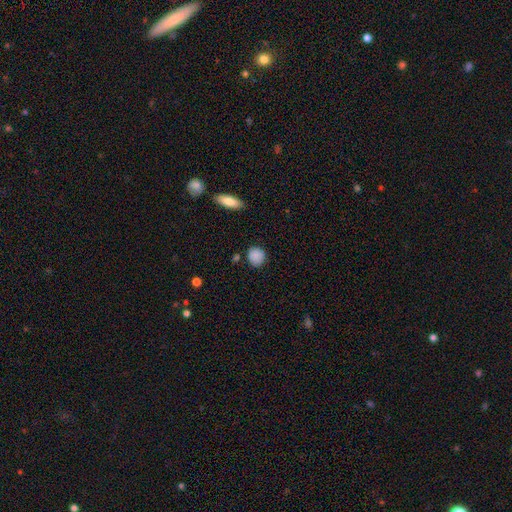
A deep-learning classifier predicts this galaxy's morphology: This appears to be a smooth galaxy with no disk features (87%) that is round (86%). Merging: none (81%).